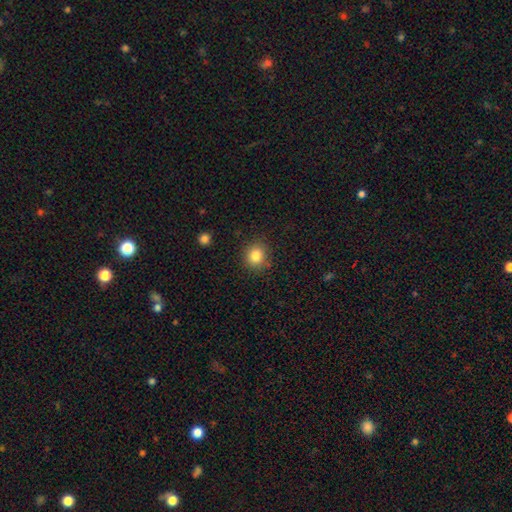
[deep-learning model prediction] Morphology: type=smooth (84%); roundness=round (83%); merging=none (86%).